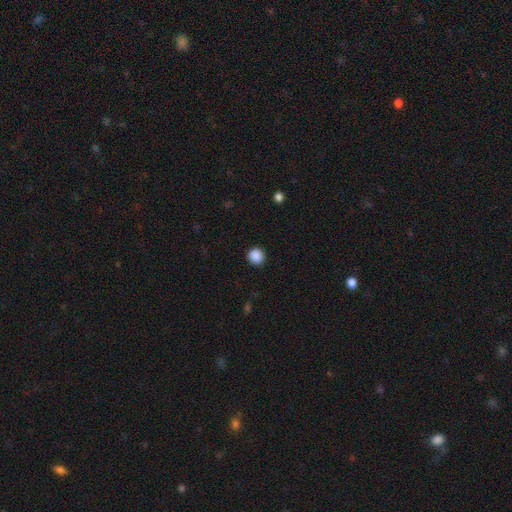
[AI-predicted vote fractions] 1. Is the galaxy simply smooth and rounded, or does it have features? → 88% smooth, 9% star or artifact, 2% featured or disk.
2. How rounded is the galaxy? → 93% round, 6% in between, 1% cigar-shaped.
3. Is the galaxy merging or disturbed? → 92% none, 5% minor disturbance, 2% major disturbance, 1% merger.